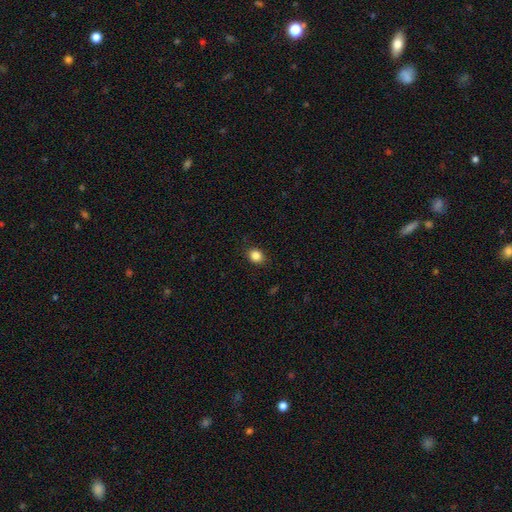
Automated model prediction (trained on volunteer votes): smooth-or-featured: smooth: 85% | star or artifact: 10% | featured or disk: 4%
  how-rounded: round: 57% | in between: 42% | cigar-shaped: 1%
  merging: none: 87% | minor disturbance: 10% | major disturbance: 2% | merger: 1%